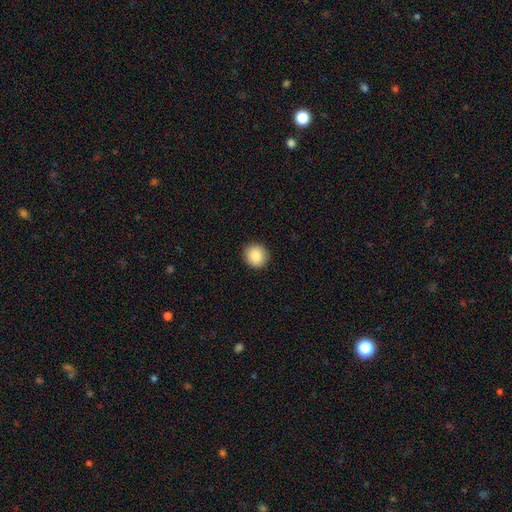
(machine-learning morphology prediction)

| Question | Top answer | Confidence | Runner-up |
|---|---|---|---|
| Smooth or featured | smooth | 86% | star or artifact (8%) |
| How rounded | round | 92% | in between (7%) |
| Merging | none | 92% | minor disturbance (5%) |